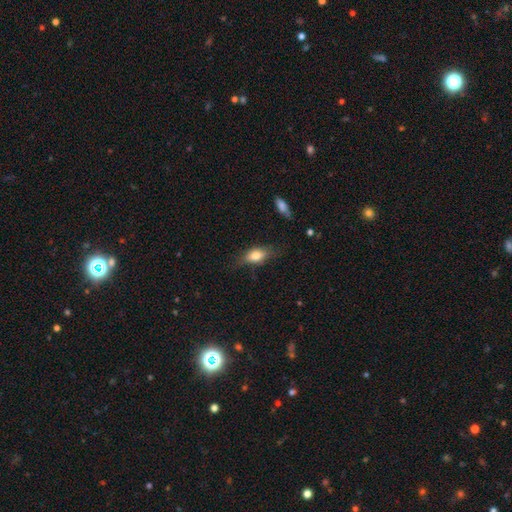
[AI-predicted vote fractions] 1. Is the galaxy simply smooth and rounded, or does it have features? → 72% smooth, 20% featured or disk, 8% star or artifact.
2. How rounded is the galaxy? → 79% in between, 15% cigar-shaped, 6% round.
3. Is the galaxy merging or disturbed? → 67% none, 24% minor disturbance, 7% major disturbance, 2% merger.